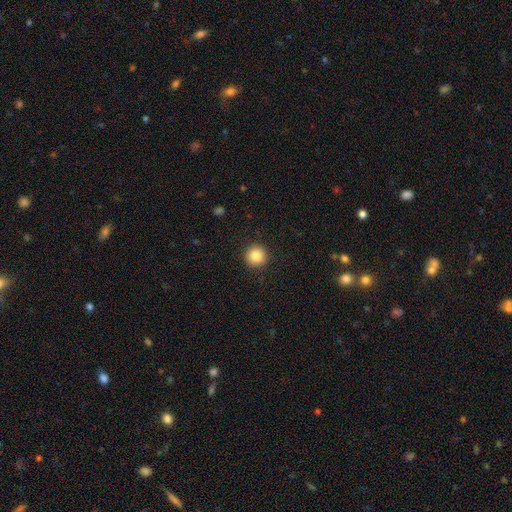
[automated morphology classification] Smooth or featured? smooth (86%)
How rounded? round (95%)
Merging? none (92%)